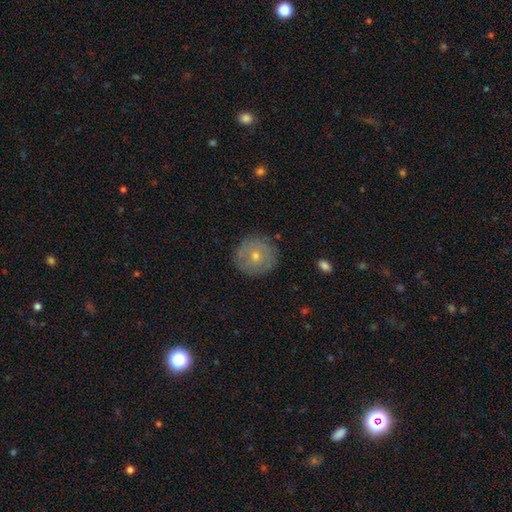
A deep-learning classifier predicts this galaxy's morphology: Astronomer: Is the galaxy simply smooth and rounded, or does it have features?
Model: smooth — 48% (runner-up: featured or disk, 42%).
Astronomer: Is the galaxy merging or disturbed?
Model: none — 86%.